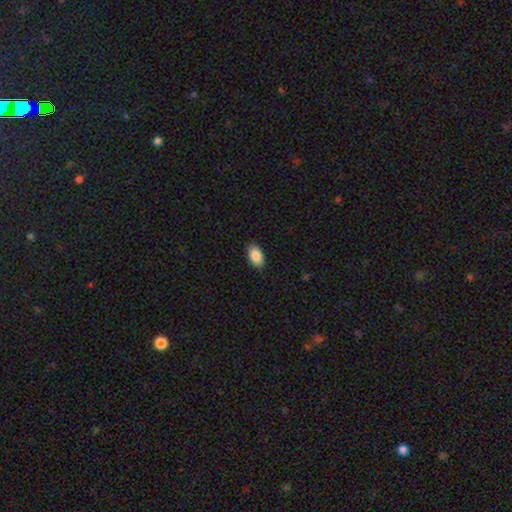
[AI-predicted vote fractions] A smooth galaxy with no disk features (88%) that is in between round and cigar-shaped (94%). Merging: none (89%).